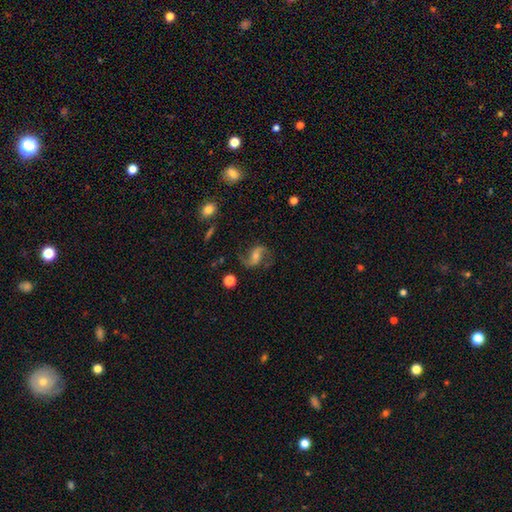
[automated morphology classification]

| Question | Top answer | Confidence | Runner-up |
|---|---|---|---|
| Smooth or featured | featured or disk | 85% | smooth (8%) |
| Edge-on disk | no | 97% | yes (3%) |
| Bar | weak | 42% | no (34%) |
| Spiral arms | yes | 96% | no (4%) |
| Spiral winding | loose | 59% | medium (34%) |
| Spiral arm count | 2 | 93% | can't tell (2%) |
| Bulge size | moderate | 46% | small (44%) |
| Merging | none | 78% | minor disturbance (13%) |